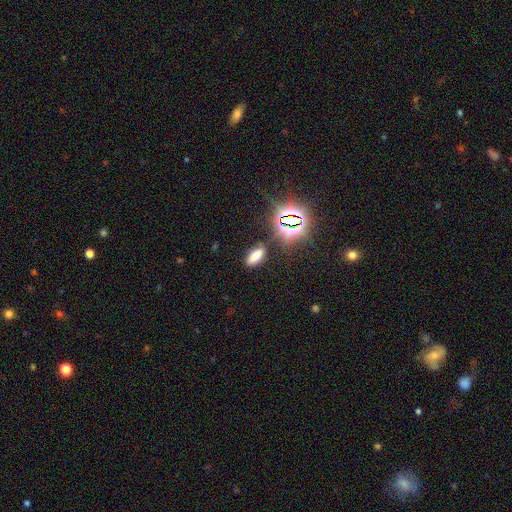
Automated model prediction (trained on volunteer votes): The model was most divided on "smooth or featured": smooth: 64%, star or artifact: 29%, featured or disk: 7%. More confident: merging — none (84%); how rounded — in between (79%).